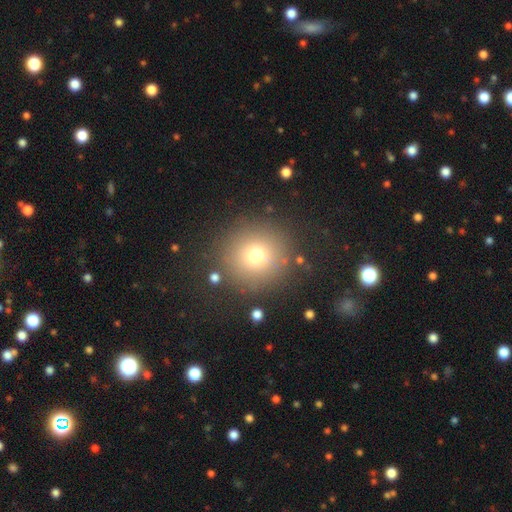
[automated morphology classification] smooth_or_featured: smooth (p=0.72) [alt: star or artifact p=0.17]
how_rounded: round (p=0.94) [alt: in between p=0.05]
merging: none (p=0.85) [alt: minor disturbance p=0.08]